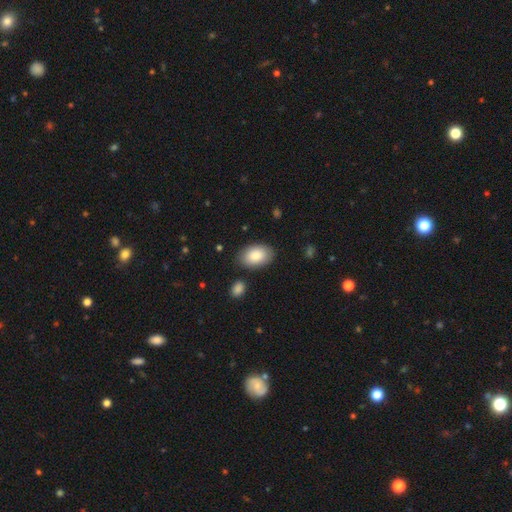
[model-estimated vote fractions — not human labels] A smooth galaxy with no disk features (85%) that is in between round and cigar-shaped (91%). Merging: none (83%).